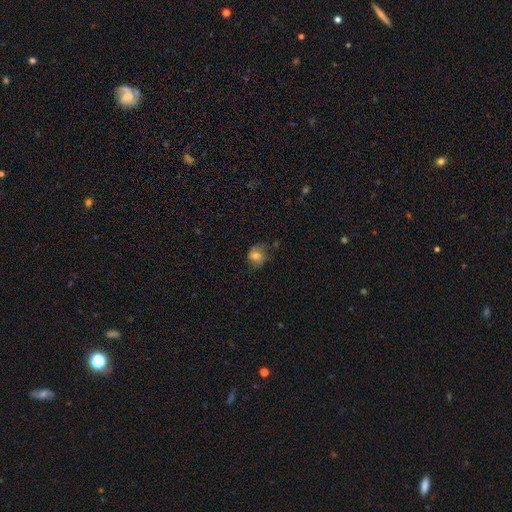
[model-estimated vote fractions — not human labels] This appears to be a smooth galaxy with no disk features (66%) that is round (57%). Merging: none (57%).